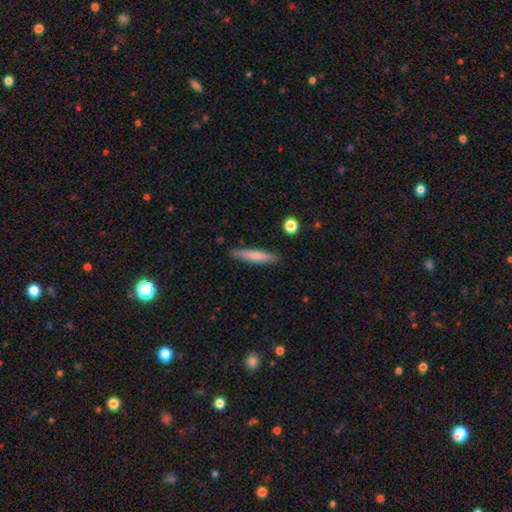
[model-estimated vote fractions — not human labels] smooth-or-featured: smooth: 72% | featured or disk: 22% | star or artifact: 6%
  how-rounded: cigar-shaped: 86% | in between: 13% | round: 1%
  merging: none: 85% | minor disturbance: 11% | major disturbance: 2% | merger: 2%